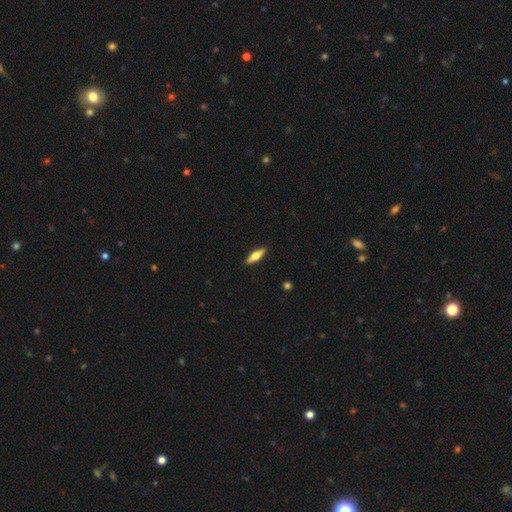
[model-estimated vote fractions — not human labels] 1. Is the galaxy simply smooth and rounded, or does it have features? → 55% smooth, 39% featured or disk, 6% star or artifact.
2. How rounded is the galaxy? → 55% cigar-shaped, 43% in between, 3% round.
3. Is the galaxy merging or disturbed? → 90% none, 7% minor disturbance, 2% major disturbance, 1% merger.